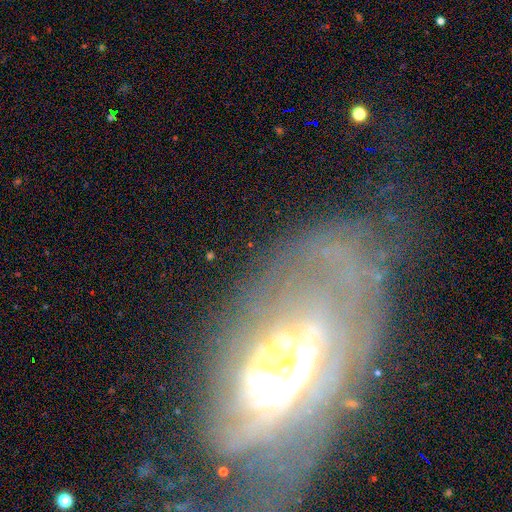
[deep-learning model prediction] A featured or disk galaxy (72%) with no bar (67%), spiral arms (57%) and a moderate central bulge (47%).

Vote fractions:
- Smooth or featured? featured or disk: 72% / smooth: 15% / star or artifact: 13%
- Edge-on disk? no: 83% / yes: 17%
- Bar? no: 67% / weak: 19% / strong: 15%
- Spiral arms? yes: 57% / no: 43%
- Bulge size? moderate: 47% / large: 26% / small: 16% / dominant: 7% / none: 4%
- Merging? none: 50% / major disturbance: 25% / minor disturbance: 21% / merger: 4%